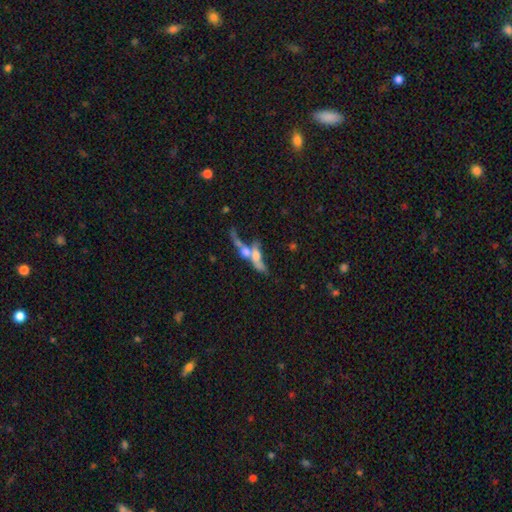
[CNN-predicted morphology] A featured or disk galaxy (47%). Merging: merger (64%).